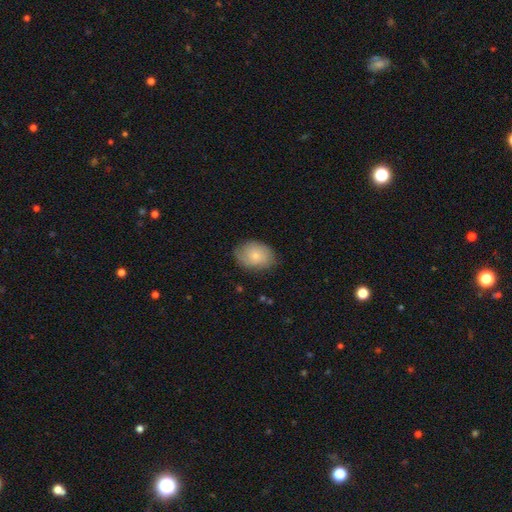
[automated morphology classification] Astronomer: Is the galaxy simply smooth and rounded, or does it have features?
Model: smooth — 64%.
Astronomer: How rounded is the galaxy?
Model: in between — 66%.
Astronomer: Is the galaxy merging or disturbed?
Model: none — 75%.